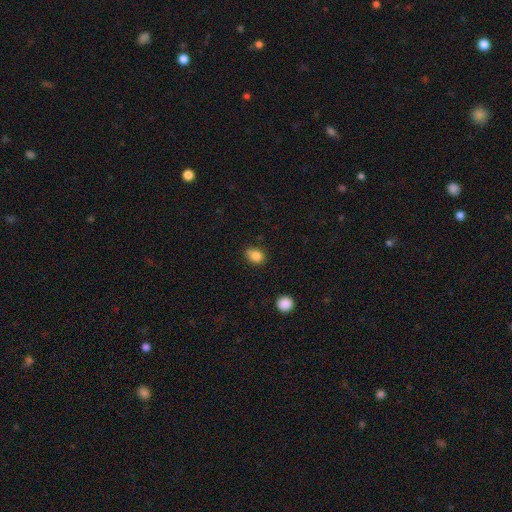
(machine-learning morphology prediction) smooth 84%, star or artifact 10%, featured or disk 6%. Down the decision tree: how rounded — in between (54%); merging — none (65%).